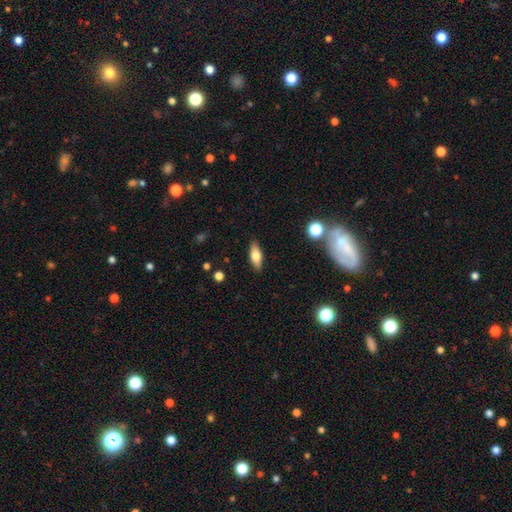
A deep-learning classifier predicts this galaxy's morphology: smooth_or_featured: smooth (p=0.68) [alt: featured or disk p=0.25]
how_rounded: in between (p=0.72) [alt: cigar-shaped p=0.25]
merging: none (p=0.88) [alt: minor disturbance p=0.09]